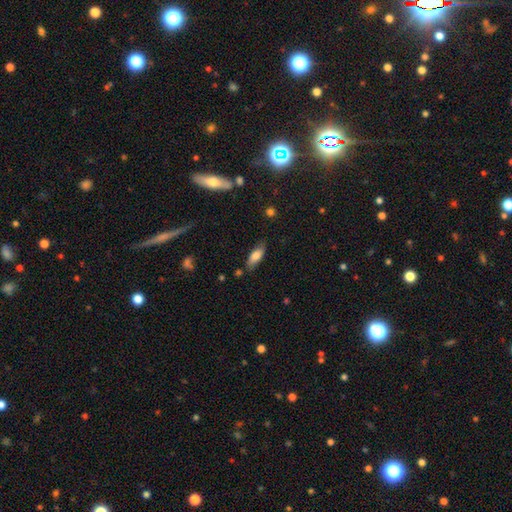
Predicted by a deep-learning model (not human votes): This appears to be a smooth galaxy with no disk features (75%) that is in between round and cigar-shaped (71%). Merging: none (76%).